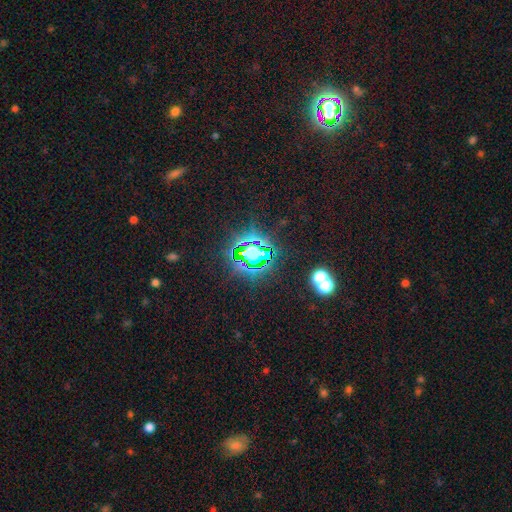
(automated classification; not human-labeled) Smooth or featured? star or artifact (76%)